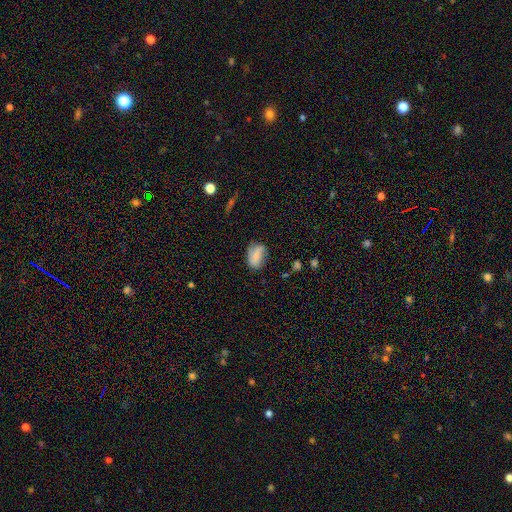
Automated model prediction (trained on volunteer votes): Q: Smooth or featured?
A: smooth (68%); runner-up: featured or disk (24%)
Q: How rounded?
A: in between (84%); runner-up: round (13%)
Q: Merging?
A: none (64%); runner-up: minor disturbance (26%)